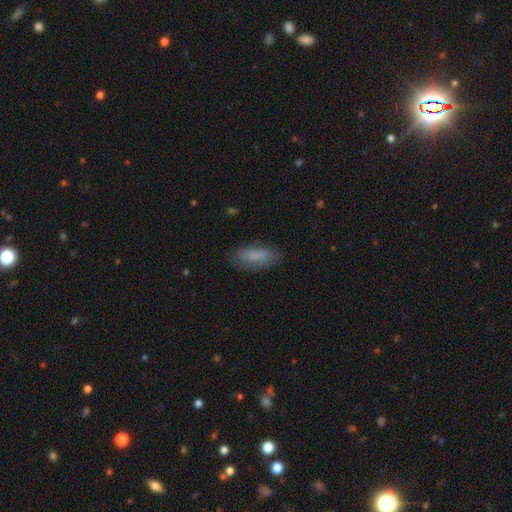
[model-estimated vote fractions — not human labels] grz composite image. It shows a smooth galaxy with no disk features (82%) that is in between round and cigar-shaped (78%). Merging: none (82%).